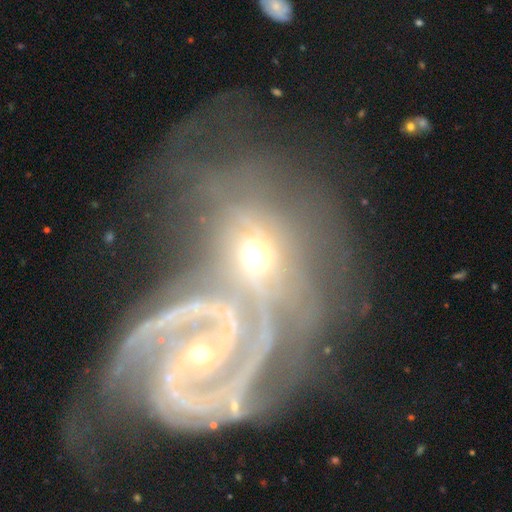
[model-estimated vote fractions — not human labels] The model was most divided on "spiral arm count": 2: 37%, can't tell: 24%, 3: 20%, 4: 7%, 1: 6%, more than 4: 6%. More confident: edge-on disk — no (95%); spiral arms — yes (87%); smooth or featured — featured or disk (75%); bulge size — small (62%); merging — merger (56%); bar — no (55%); spiral winding — tight (53%).